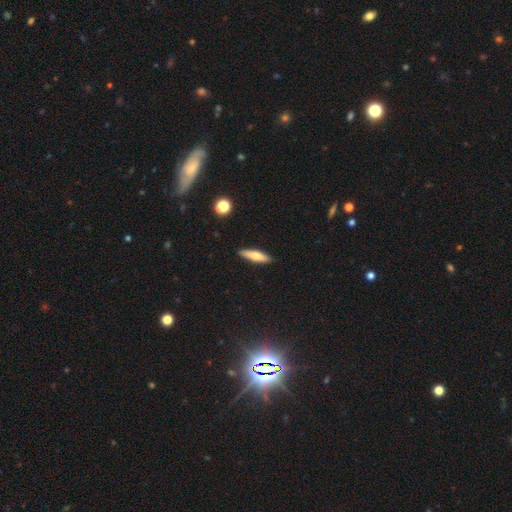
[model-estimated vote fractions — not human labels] This appears to be a smooth galaxy with no disk features (62%) that is cigar-shaped (71%). Merging: none (89%).